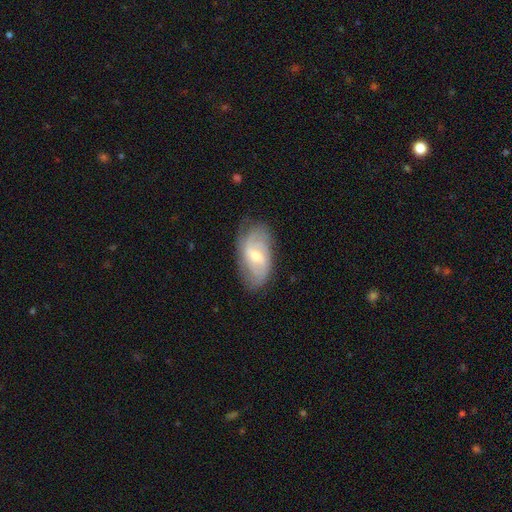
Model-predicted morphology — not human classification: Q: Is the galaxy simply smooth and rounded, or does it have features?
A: featured or disk — 71%.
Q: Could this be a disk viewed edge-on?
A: no — 94%.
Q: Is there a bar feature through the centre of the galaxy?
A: weak — 55%.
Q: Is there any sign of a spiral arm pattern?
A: yes — 89%.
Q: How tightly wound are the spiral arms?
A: medium — 41%.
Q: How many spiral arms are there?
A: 2 — 42%.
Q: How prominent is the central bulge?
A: small — 48%.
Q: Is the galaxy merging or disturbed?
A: none — 72%.